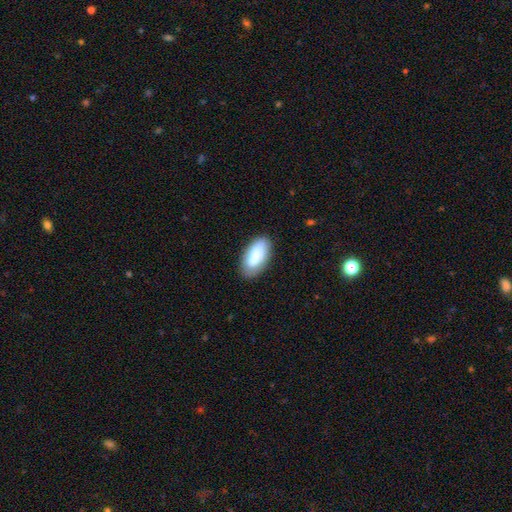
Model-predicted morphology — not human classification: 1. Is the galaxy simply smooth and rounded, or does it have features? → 85% smooth, 9% featured or disk, 6% star or artifact.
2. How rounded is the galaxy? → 93% in between, 5% cigar-shaped, 2% round.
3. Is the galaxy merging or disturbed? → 80% none, 15% minor disturbance, 4% major disturbance, 1% merger.